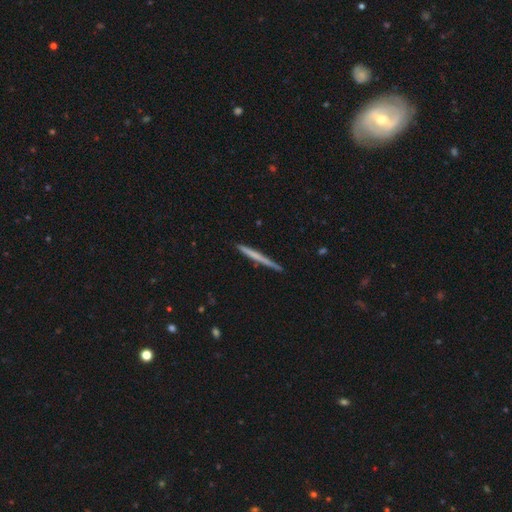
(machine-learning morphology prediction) This is possibly a smooth galaxy (48%). Merging: clearly none (90%).